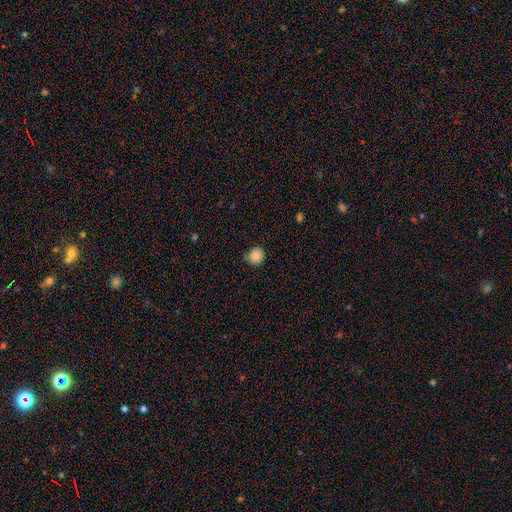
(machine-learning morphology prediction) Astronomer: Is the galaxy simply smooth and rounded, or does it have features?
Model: smooth — 85%.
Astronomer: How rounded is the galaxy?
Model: round — 89%.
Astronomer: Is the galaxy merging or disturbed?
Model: none — 76%.